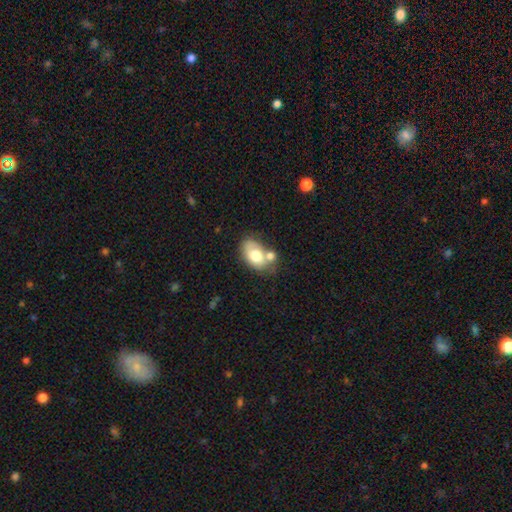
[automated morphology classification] A smooth galaxy with no disk features (69%) that is in between round and cigar-shaped (85%).

Vote fractions:
- Smooth or featured? smooth: 69% / featured or disk: 24% / star or artifact: 7%
- How rounded? in between: 85% / round: 13% / cigar-shaped: 1%
- Merging? merger: 40% / none: 35% / minor disturbance: 17% / major disturbance: 7%